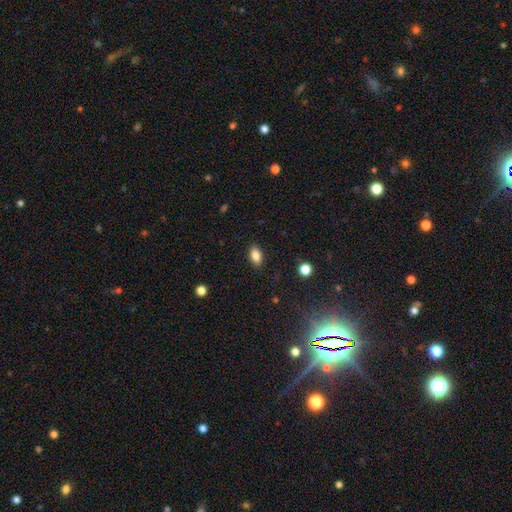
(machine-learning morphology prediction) smooth-or-featured: smooth: 85% | star or artifact: 9% | featured or disk: 6%
  how-rounded: in between: 89% | round: 8% | cigar-shaped: 2%
  merging: none: 88% | minor disturbance: 9% | major disturbance: 2% | merger: 1%